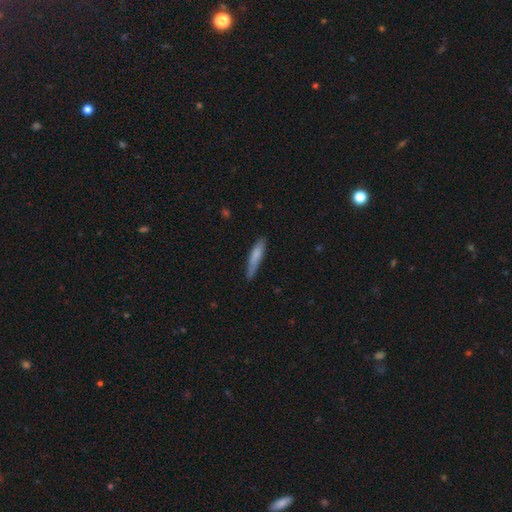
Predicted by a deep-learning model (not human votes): Smooth or featured: smooth — 77% (featured or disk — 18%)
How rounded: cigar-shaped — 87% (in between — 12%)
Merging: none — 74% (minor disturbance — 21%)